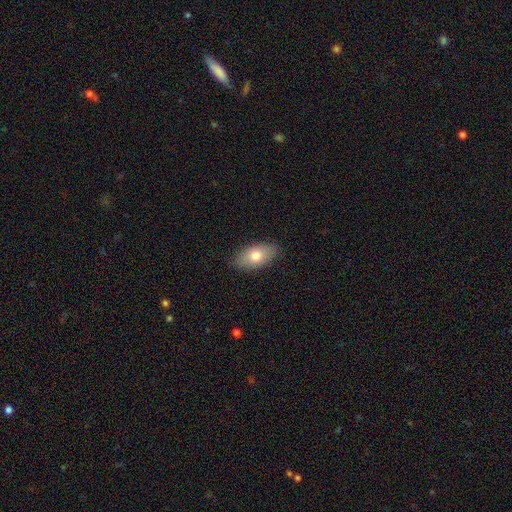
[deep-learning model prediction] A smooth galaxy with no disk features (75%) that is in between round and cigar-shaped (91%).

Vote fractions:
- Smooth or featured? smooth: 75% / featured or disk: 18% / star or artifact: 7%
- How rounded? in between: 91% / round: 5% / cigar-shaped: 4%
- Merging? none: 86% / minor disturbance: 10% / major disturbance: 2% / merger: 1%